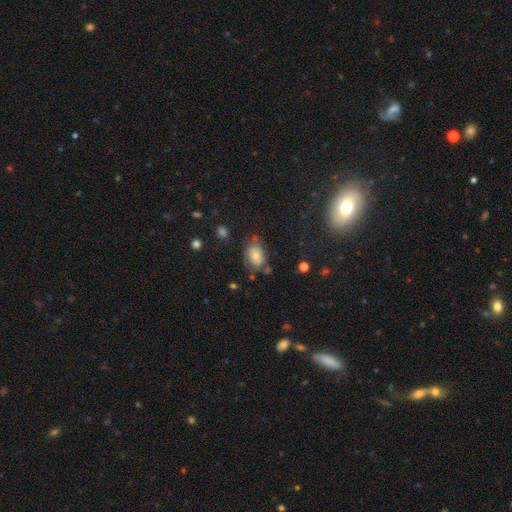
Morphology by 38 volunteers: Smooth or featured: smooth — 68% (featured or disk — 24%)
How rounded: in between — 73% (round — 27%)
Merging: none — 77% (minor disturbance — 14%)